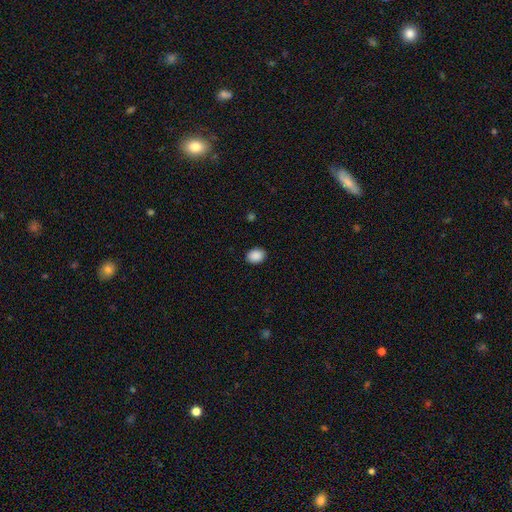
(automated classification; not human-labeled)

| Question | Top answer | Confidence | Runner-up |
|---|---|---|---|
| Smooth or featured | smooth | 90% | star or artifact (8%) |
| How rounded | in between | 59% | round (40%) |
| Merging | none | 90% | minor disturbance (7%) |